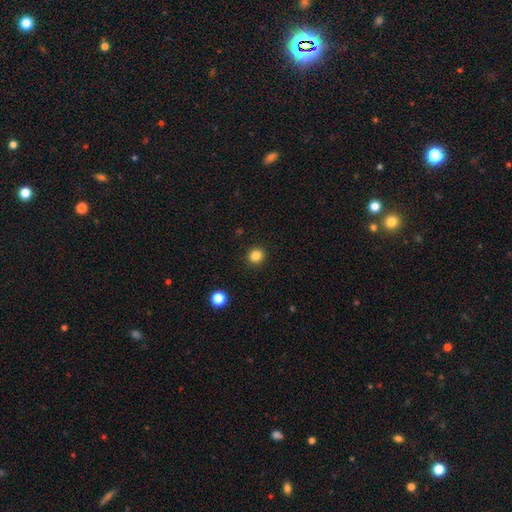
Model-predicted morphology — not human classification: A smooth galaxy with no disk features (84%) that is round (92%). Merging: none (92%).